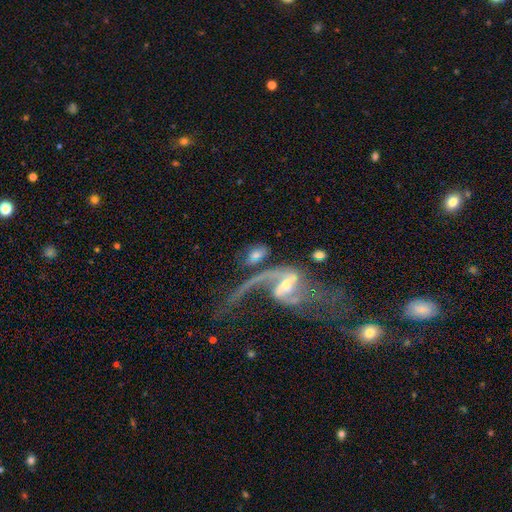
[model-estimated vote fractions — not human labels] The model was most divided on "merging": none: 33%, merger: 30%, major disturbance: 23%, minor disturbance: 14%. Remaining: edge-on disk — no (91%); spiral arms — yes (76%); smooth or featured — featured or disk (56%); bulge size — moderate (47%); bar — weak (39%).